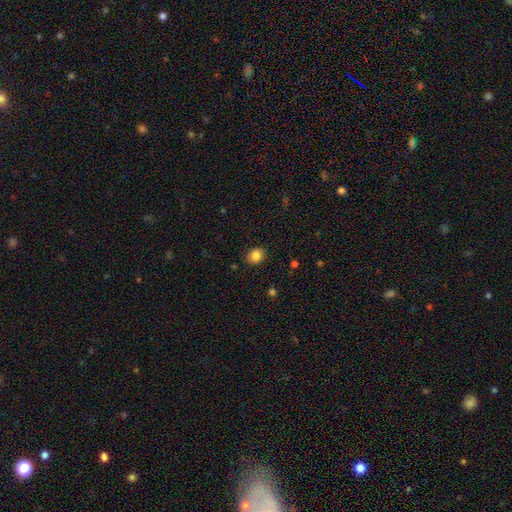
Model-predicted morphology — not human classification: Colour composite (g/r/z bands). It shows a smooth galaxy with no disk features (85%) that is in between round and cigar-shaped (50%). Merging: none (87%).